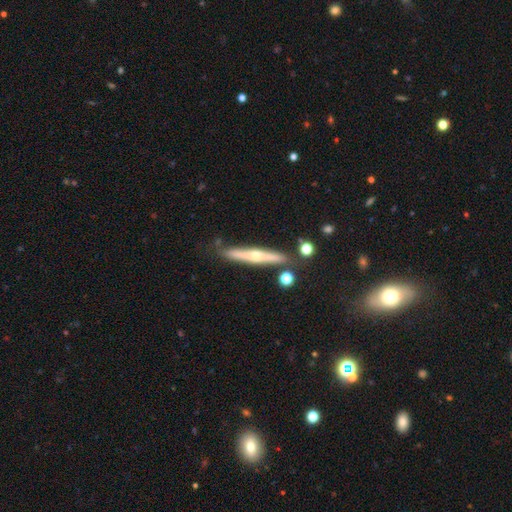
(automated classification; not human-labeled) Morphology: type=featured or disk (63%); edge-on=yes (95%); edge-on bulge=rounded (84%); merging=none (82%).